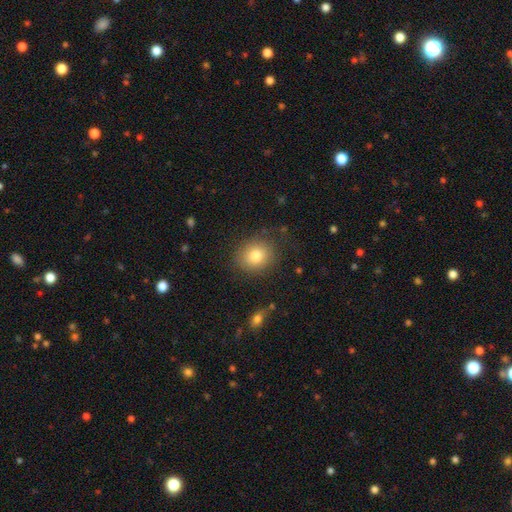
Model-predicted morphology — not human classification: A smooth galaxy with no disk features (81%) that is round (68%). Merging: none (82%).